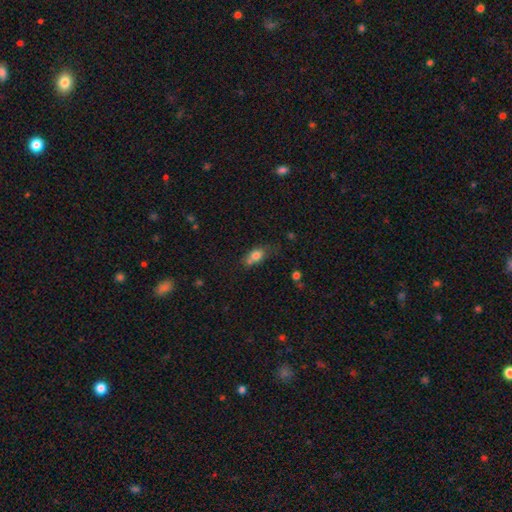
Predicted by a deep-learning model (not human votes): Q: Smooth or featured?
A: smooth (77%); runner-up: featured or disk (13%)
Q: How rounded?
A: in between (71%); runner-up: round (22%)
Q: Merging?
A: none (42%); runner-up: minor disturbance (24%)